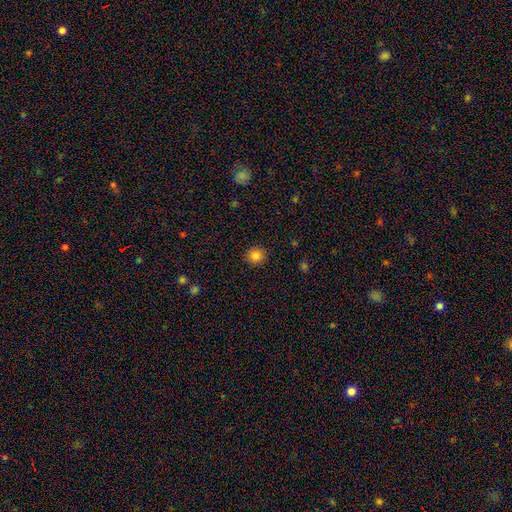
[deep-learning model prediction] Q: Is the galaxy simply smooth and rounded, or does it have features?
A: smooth — 82%.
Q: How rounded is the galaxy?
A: round — 90%.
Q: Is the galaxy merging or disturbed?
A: none — 91%.